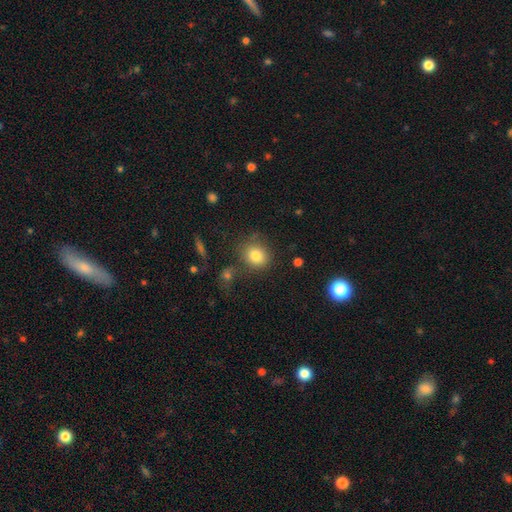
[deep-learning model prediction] smooth 81%, star or artifact 11%, featured or disk 8%. Down the decision tree: how rounded — round (75%); merging — none (73%).